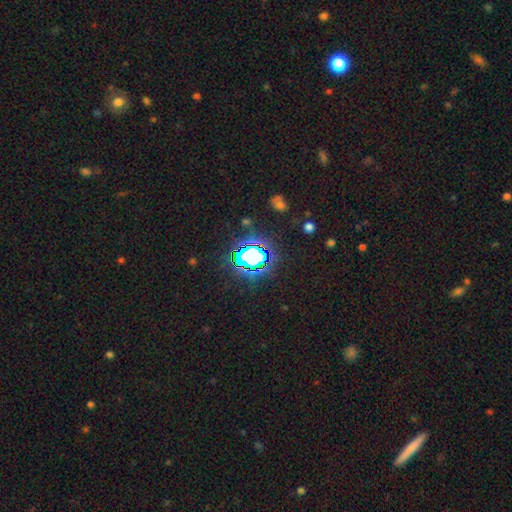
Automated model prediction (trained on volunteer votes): Smooth or featured? Predicted: star or artifact (p=0.68).